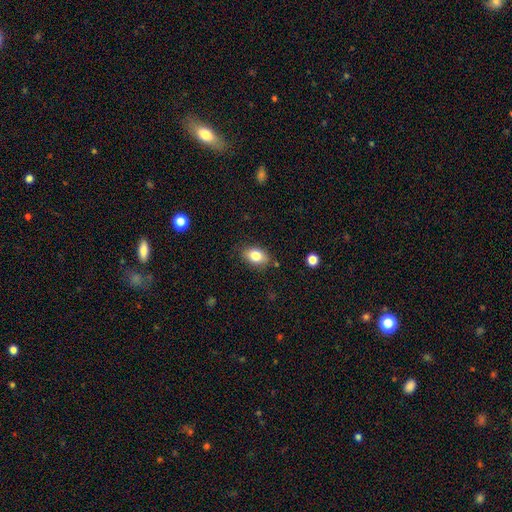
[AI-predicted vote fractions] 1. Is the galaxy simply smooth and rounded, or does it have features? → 81% smooth, 10% featured or disk, 8% star or artifact.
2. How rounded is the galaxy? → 86% in between, 12% round, 2% cigar-shaped.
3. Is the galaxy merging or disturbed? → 82% none, 13% minor disturbance, 3% major disturbance, 2% merger.